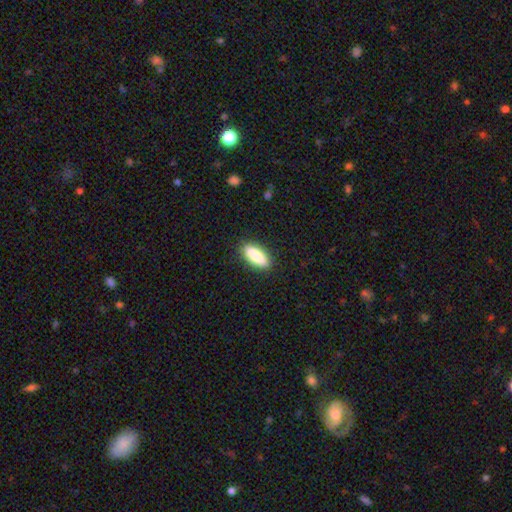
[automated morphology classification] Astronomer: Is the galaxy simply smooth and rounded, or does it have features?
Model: smooth — 80%.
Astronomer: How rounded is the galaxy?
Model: in between — 65%.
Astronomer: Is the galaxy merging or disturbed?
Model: none — 88%.